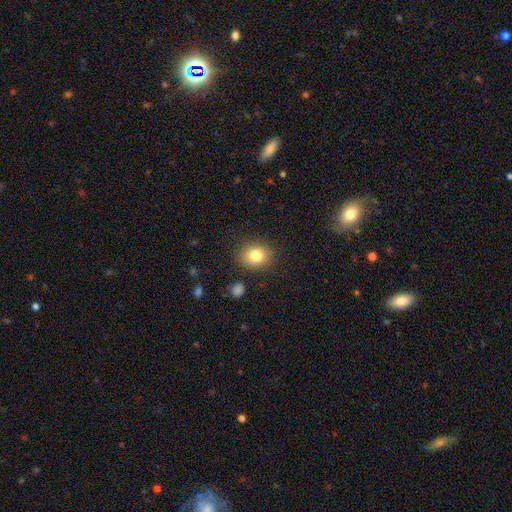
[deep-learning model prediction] Q: Smooth or featured?
A: smooth (82%); runner-up: star or artifact (10%)
Q: How rounded?
A: round (56%); runner-up: in between (43%)
Q: Merging?
A: none (86%); runner-up: minor disturbance (9%)